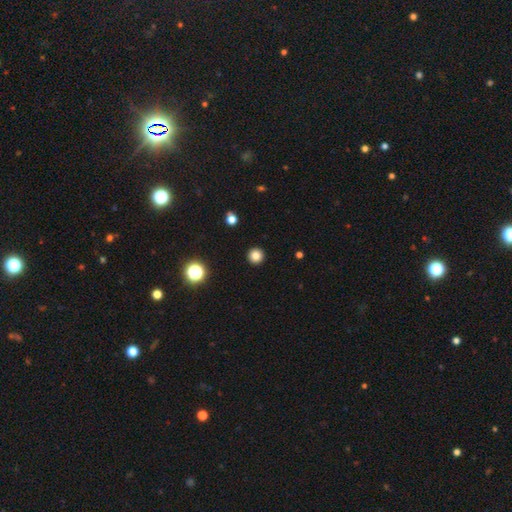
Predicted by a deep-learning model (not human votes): smooth-or-featured: smooth: 82% | star or artifact: 13% | featured or disk: 5%
  how-rounded: round: 96% | in between: 3% | cigar-shaped: 1%
  merging: none: 93% | minor disturbance: 4% | major disturbance: 2% | merger: 1%